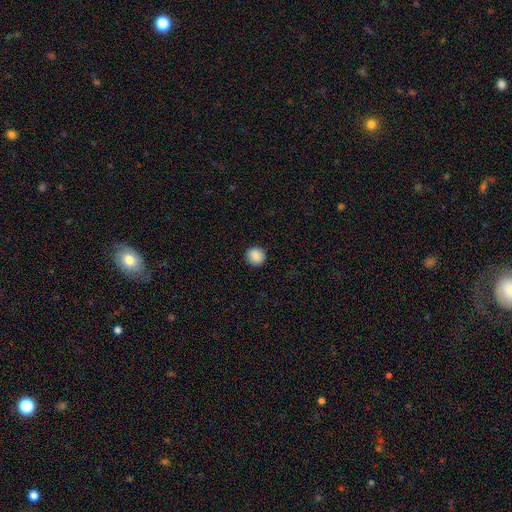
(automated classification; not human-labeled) Morphology: type=smooth (89%); roundness=round (90%); merging=none (91%).